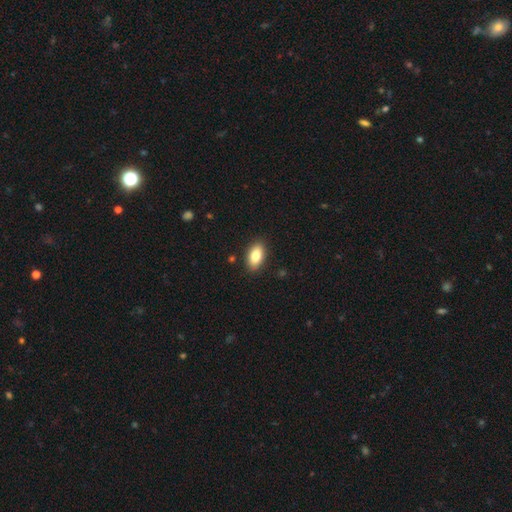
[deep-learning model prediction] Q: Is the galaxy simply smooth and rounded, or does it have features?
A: smooth — 83%.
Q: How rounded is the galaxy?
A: in between — 92%.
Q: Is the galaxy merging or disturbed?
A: none — 89%.